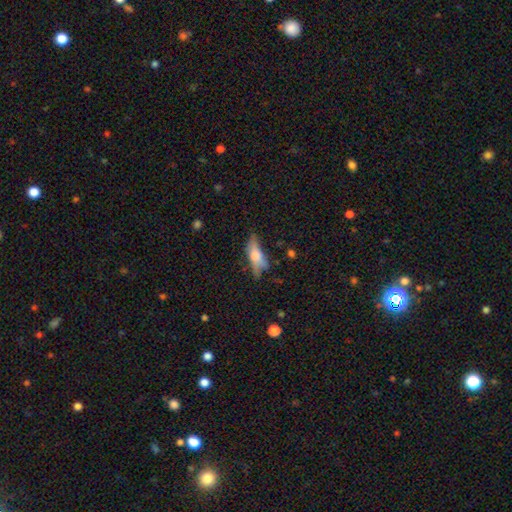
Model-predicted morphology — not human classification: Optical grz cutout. It shows a smooth galaxy with no disk features (62%) that is in between round and cigar-shaped (63%). Merging: none (46%).